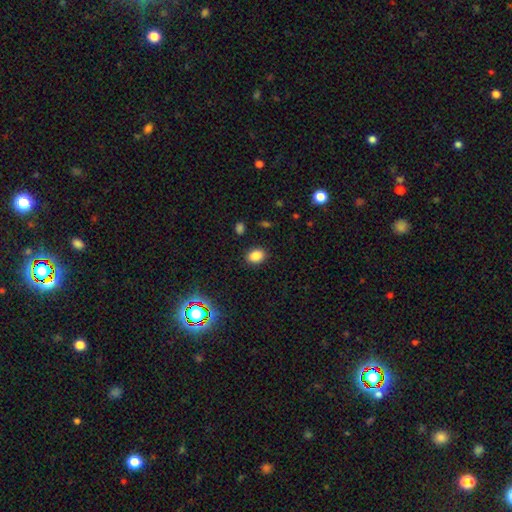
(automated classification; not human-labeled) Q: Smooth or featured?
A: smooth (84%); runner-up: star or artifact (11%)
Q: How rounded?
A: in between (60%); runner-up: round (39%)
Q: Merging?
A: none (88%); runner-up: minor disturbance (8%)